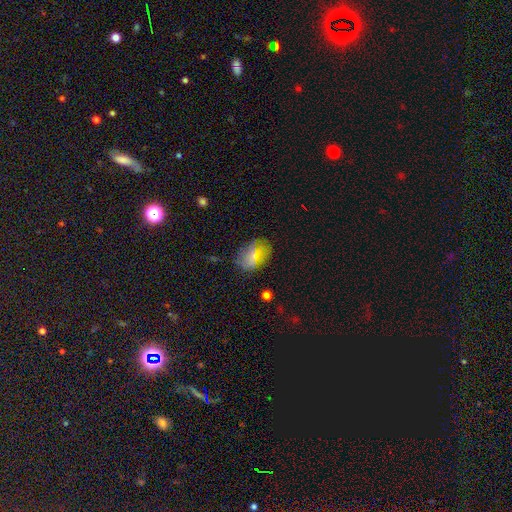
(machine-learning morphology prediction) Smooth or featured? Predicted: smooth (p=0.48). Merging? Predicted: none (p=0.72).